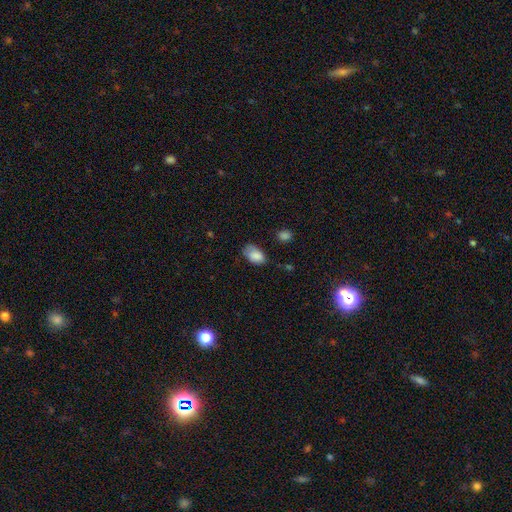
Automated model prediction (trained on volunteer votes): Morphology: type=smooth (84%); roundness=in between (91%); merging=none (55%).